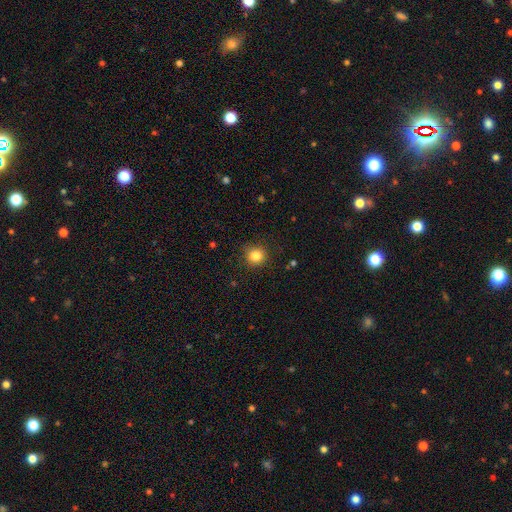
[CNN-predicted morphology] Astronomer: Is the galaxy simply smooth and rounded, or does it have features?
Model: smooth — 84%.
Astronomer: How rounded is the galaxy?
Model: round — 91%.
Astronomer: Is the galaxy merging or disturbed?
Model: none — 88%.